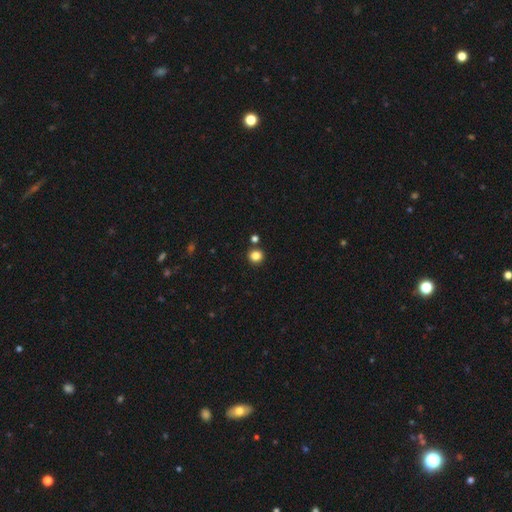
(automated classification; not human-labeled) Morphology: type=smooth (84%); roundness=round (91%); merging=none (87%).